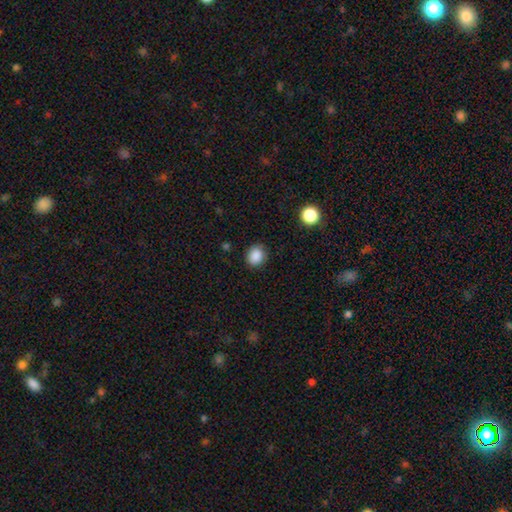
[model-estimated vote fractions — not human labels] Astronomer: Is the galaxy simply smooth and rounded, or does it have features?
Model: smooth — 88%.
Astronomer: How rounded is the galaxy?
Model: round — 68%.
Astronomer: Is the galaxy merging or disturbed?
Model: none — 86%.